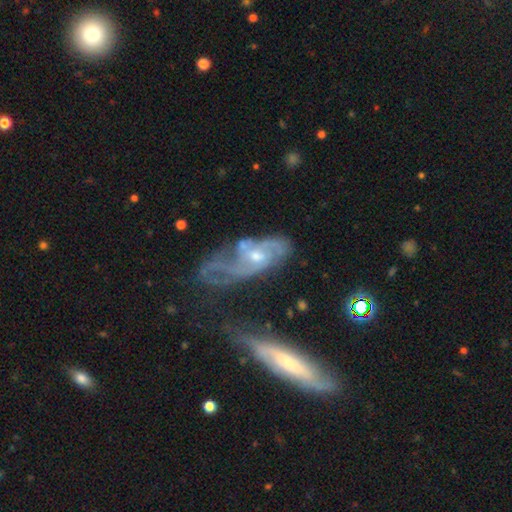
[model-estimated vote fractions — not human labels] smooth-or-featured: featured or disk: 79% | smooth: 14% | star or artifact: 7%
  disk-edge-on: no: 93% | yes: 7%
    bar: no: 57% | weak: 36% | strong: 7%
    has-spiral-arms: yes: 86% | no: 14%
      spiral-winding: medium: 43% | tight: 32% | loose: 24%
      spiral-arm-count: 2: 44% | can't tell: 30% | 3: 13% | 1: 6% | 4: 4% | more than 4: 3%
    bulge-size: moderate: 54% | small: 39% | large: 3% | none: 3% | dominant: 1%
  merging: none: 33% | major disturbance: 29% | minor disturbance: 22% | merger: 16%